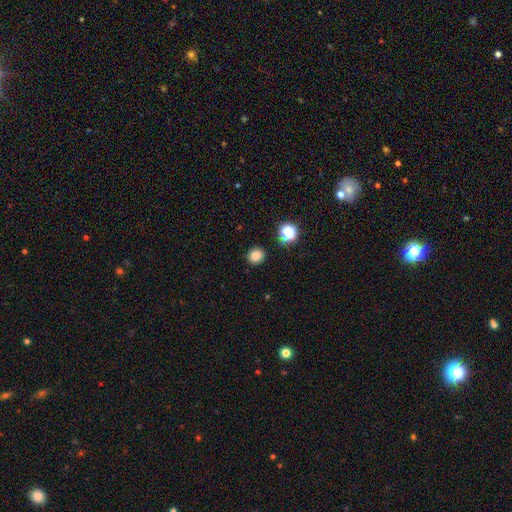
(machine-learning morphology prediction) smooth 81%, star or artifact 14%, featured or disk 5%. Down the decision tree: how rounded — round (87%); merging — none (90%).